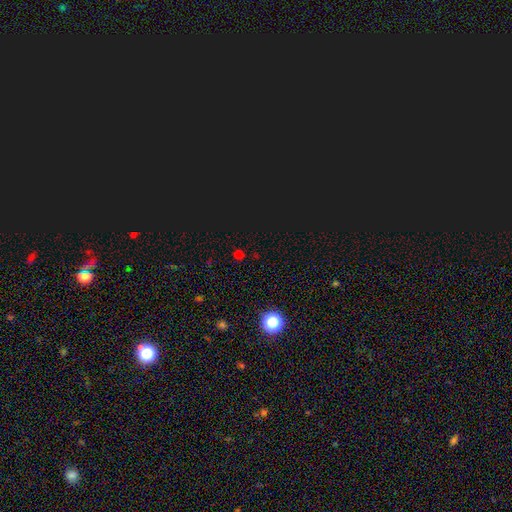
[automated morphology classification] smooth_or_featured: star or artifact (p=0.56) [alt: smooth p=0.39]